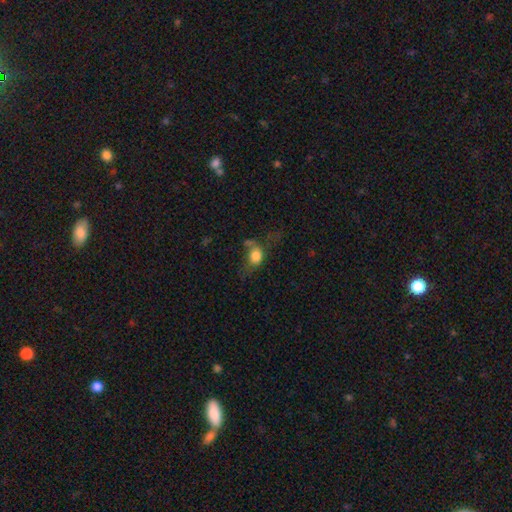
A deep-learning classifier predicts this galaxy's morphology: smooth_or_featured: smooth (p=0.75) [alt: featured or disk p=0.15]
how_rounded: in between (p=0.55) [alt: round p=0.42]
merging: major disturbance (p=0.35) [alt: none p=0.30]